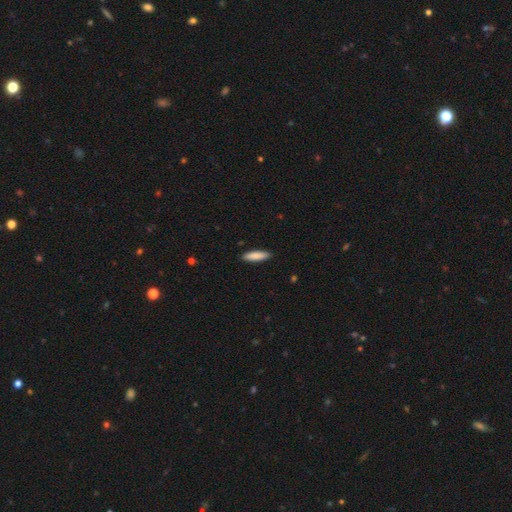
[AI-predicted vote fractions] The model was most divided on "how rounded": cigar-shaped: 67%, in between: 31%, round: 1%. More confident: merging — none (90%); smooth or featured — smooth (87%).